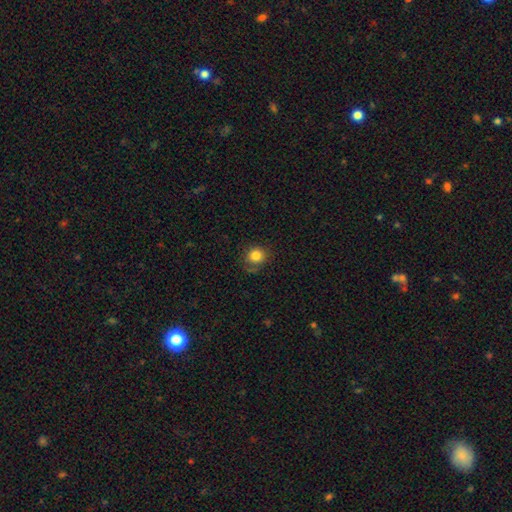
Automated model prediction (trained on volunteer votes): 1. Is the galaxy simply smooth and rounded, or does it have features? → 82% smooth, 10% star or artifact, 7% featured or disk.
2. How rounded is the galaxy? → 84% round, 15% in between, 1% cigar-shaped.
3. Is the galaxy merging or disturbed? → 73% none, 19% minor disturbance, 7% major disturbance, 1% merger.